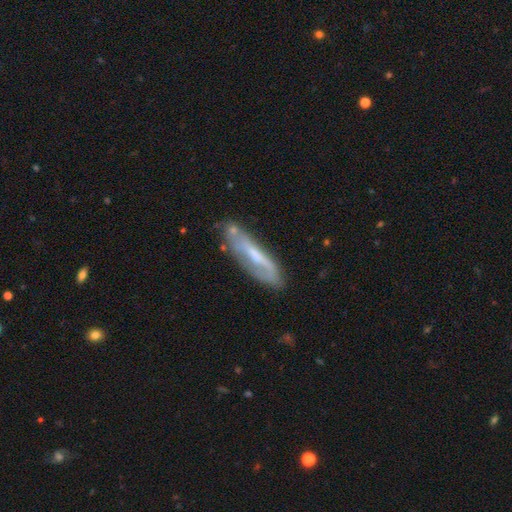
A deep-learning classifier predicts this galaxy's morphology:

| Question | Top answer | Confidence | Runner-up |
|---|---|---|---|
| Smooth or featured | featured or disk | 57% | smooth (36%) |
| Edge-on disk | no | 65% | yes (35%) |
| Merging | none | 59% | minor disturbance (24%) |